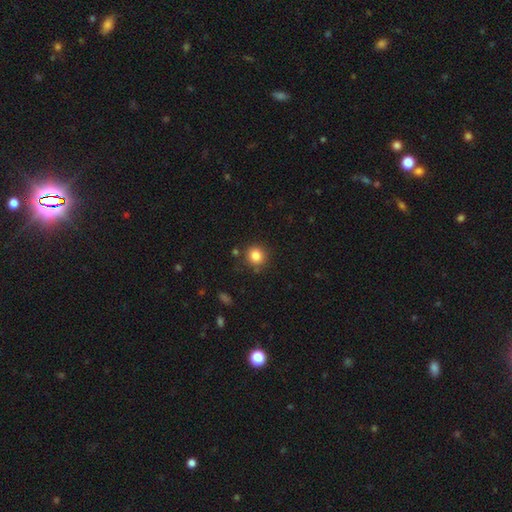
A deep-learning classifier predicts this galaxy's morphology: Overall: smooth (84%). How rounded: round (90%). Merging: none (85%).